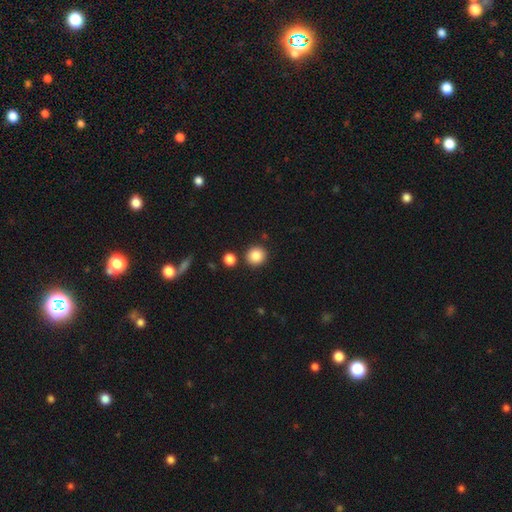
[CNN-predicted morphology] Overall: smooth (86%). How rounded: round (91%). Merging: none (86%).